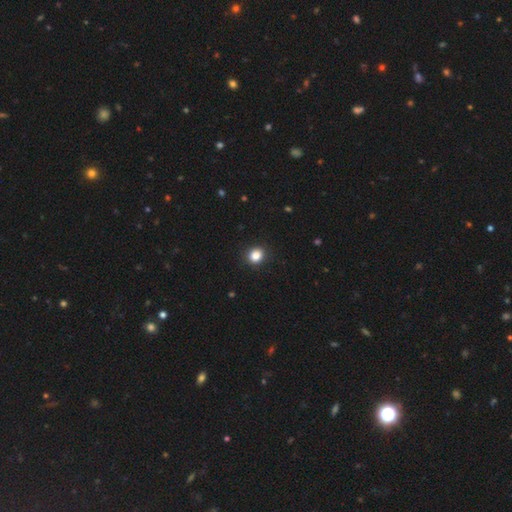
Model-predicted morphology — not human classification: The model was most divided on "how rounded": round: 71%, in between: 28%, cigar-shaped: 1%. More confident: merging — none (90%); smooth or featured — smooth (85%).